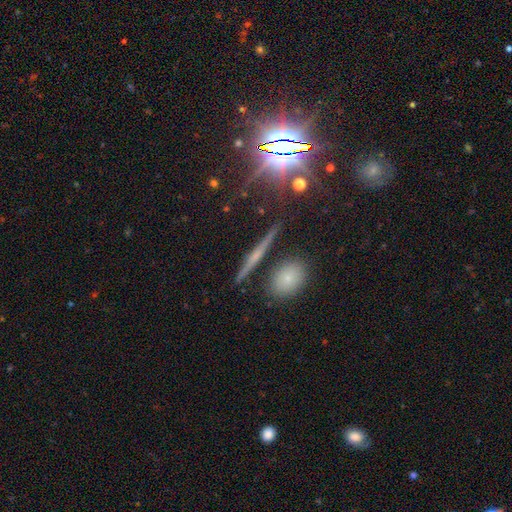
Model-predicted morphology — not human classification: This is possibly a featured or disk galaxy (46%). Merging: clearly none (85%).